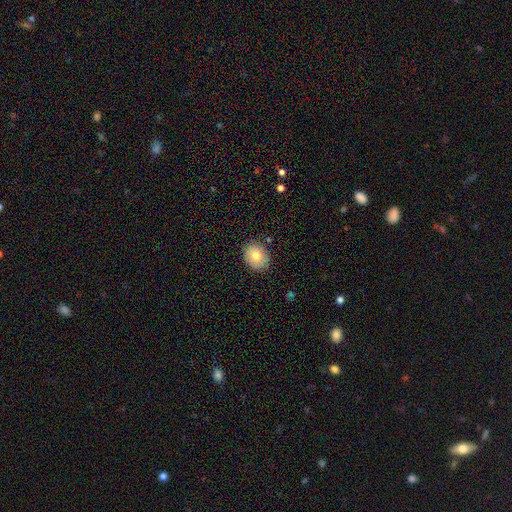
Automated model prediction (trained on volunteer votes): This appears to be a smooth galaxy with no disk features (79%) that is round (54%). Merging: none (86%).